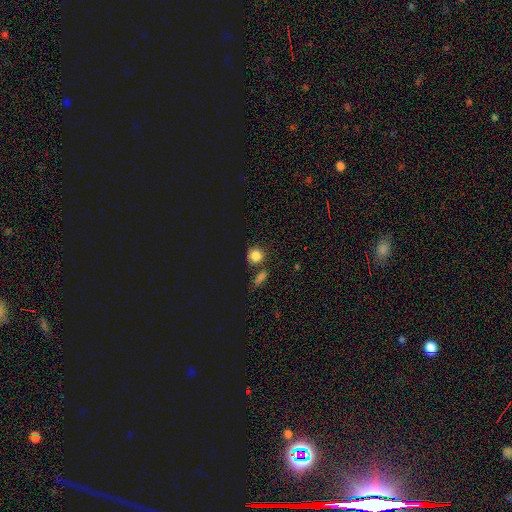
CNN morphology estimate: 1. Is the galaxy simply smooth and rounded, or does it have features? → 81% smooth, 14% star or artifact, 5% featured or disk.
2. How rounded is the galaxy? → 87% round, 12% in between, 2% cigar-shaped.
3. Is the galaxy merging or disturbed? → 69% none, 14% merger, 12% minor disturbance, 4% major disturbance.